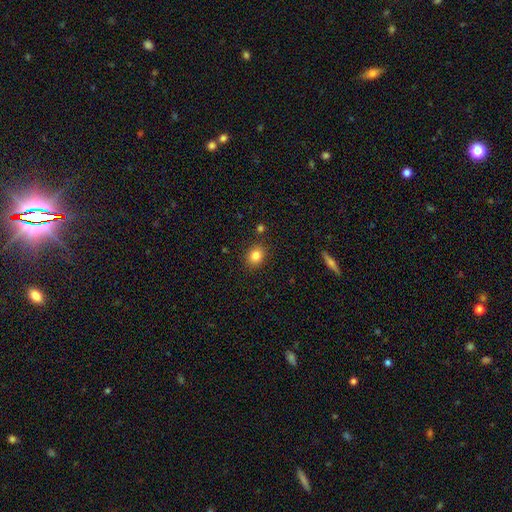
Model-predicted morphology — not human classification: This appears to be a smooth galaxy with no disk features (83%) that is round (67%). Merging: none (85%).